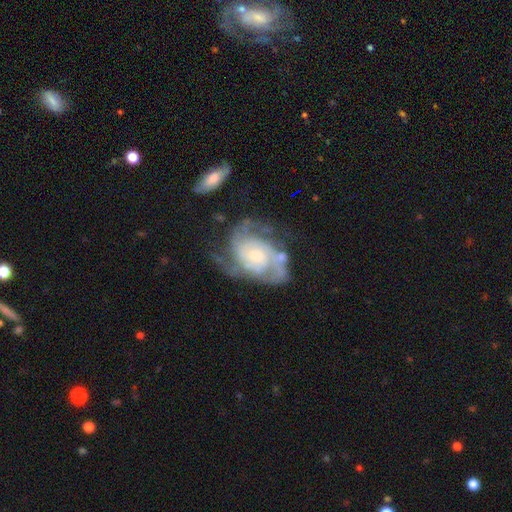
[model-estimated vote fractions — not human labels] A featured or disk galaxy (88%) with no bar (66%), 2 (42%) tight (51%) spiral arms (95%) and a small central bulge (51%). Merging: none (54%).